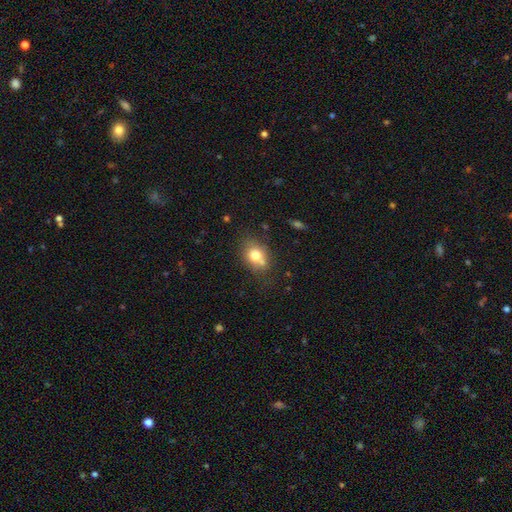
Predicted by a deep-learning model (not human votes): Q: Smooth or featured?
A: smooth (73%); runner-up: featured or disk (16%)
Q: How rounded?
A: in between (56%); runner-up: round (42%)
Q: Merging?
A: none (56%); runner-up: merger (19%)